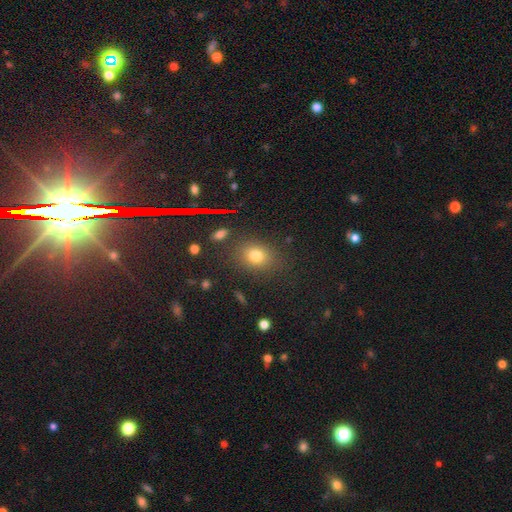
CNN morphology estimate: A smooth galaxy with no disk features (74%) that is round (53%). Merging: none (81%).